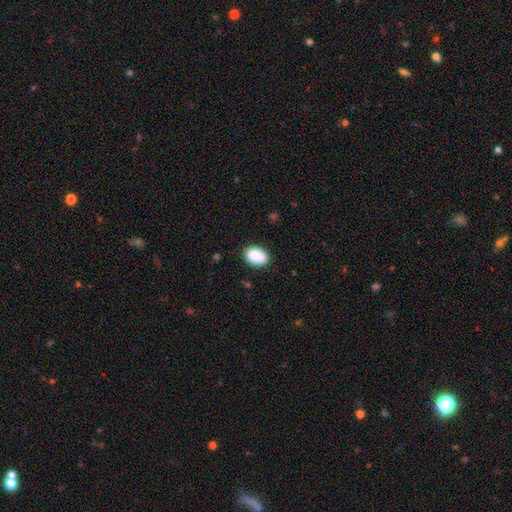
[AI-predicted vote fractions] Smooth or featured: smooth — 86% (star or artifact — 7%)
How rounded: in between — 81% (round — 18%)
Merging: none — 81% (minor disturbance — 14%)